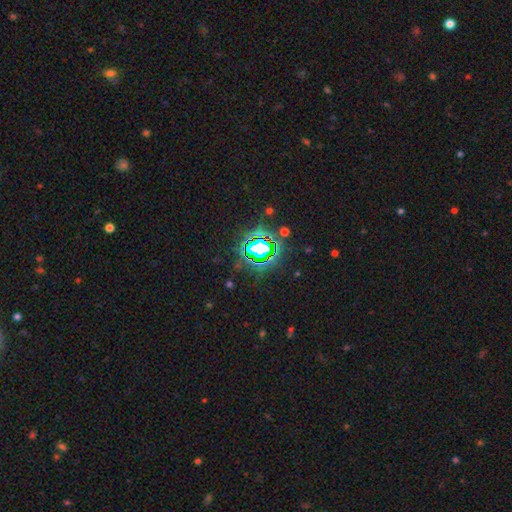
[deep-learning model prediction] Morphology: type=star or artifact (80%).